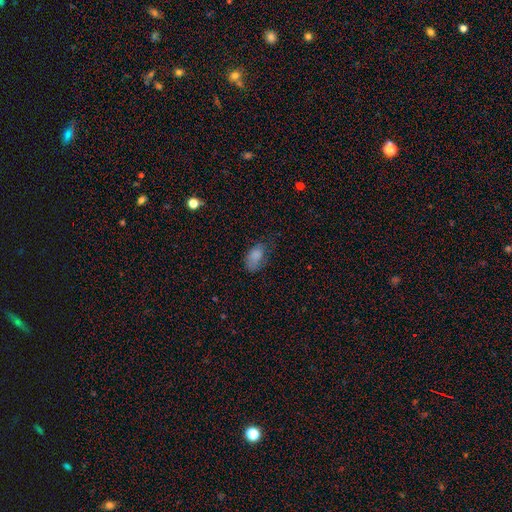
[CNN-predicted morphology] Q: Smooth or featured?
A: smooth (80%); runner-up: featured or disk (10%)
Q: How rounded?
A: in between (92%); runner-up: round (6%)
Q: Merging?
A: none (51%); runner-up: minor disturbance (31%)